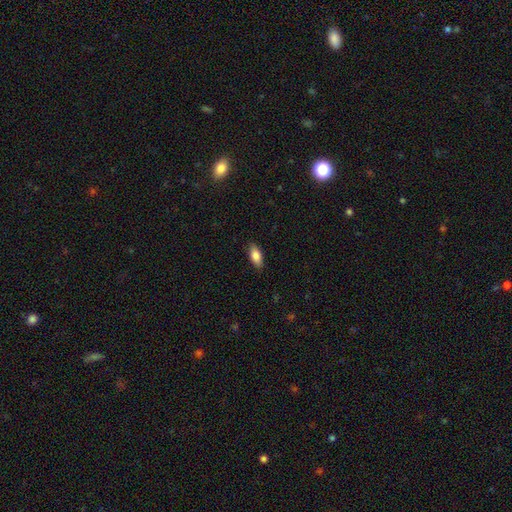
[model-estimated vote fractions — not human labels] Smooth or featured?
  - smooth: 83% *
  - featured or disk: 11%
  - star or artifact: 7%
How rounded?
  - in between: 85% *
  - cigar-shaped: 12%
  - round: 3%
Merging?
  - none: 87% *
  - minor disturbance: 10%
  - major disturbance: 2%
  - merger: 1%